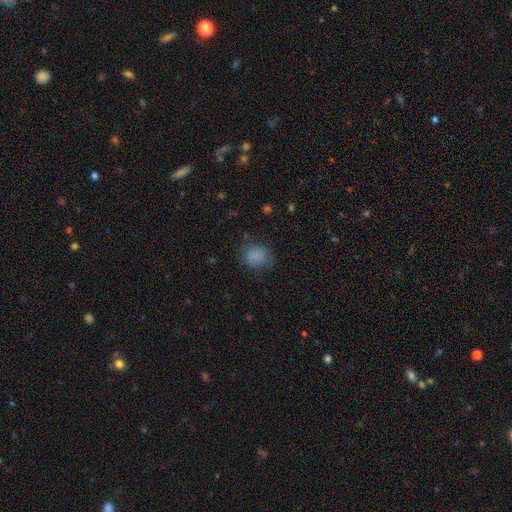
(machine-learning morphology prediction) A smooth galaxy with no disk features (83%) that is round (70%).

Vote fractions:
- Smooth or featured? smooth: 83% / star or artifact: 11% / featured or disk: 6%
- How rounded? round: 70% / in between: 29% / cigar-shaped: 1%
- Merging? none: 75% / minor disturbance: 17% / major disturbance: 6% / merger: 1%